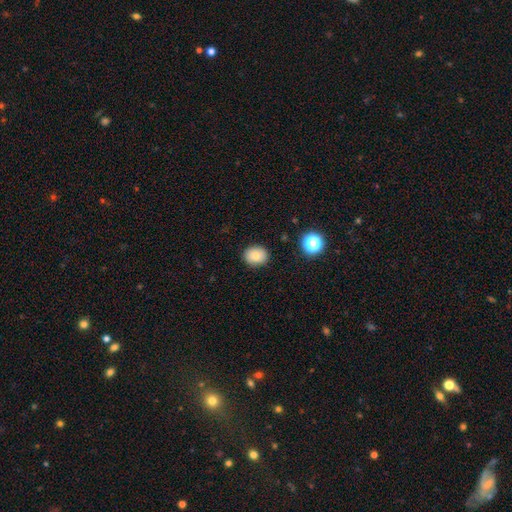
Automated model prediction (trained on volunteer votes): smooth 81%, star or artifact 11%, featured or disk 8%. Down the decision tree: how rounded — round (60%); merging — none (87%).